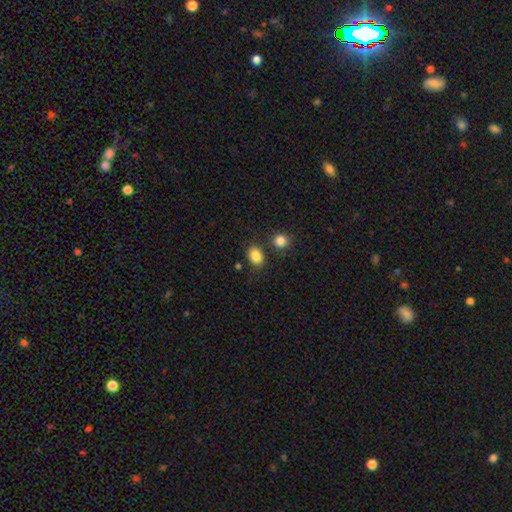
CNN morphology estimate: A smooth galaxy with no disk features (86%) that is in between round and cigar-shaped (65%). Merging: none (77%).